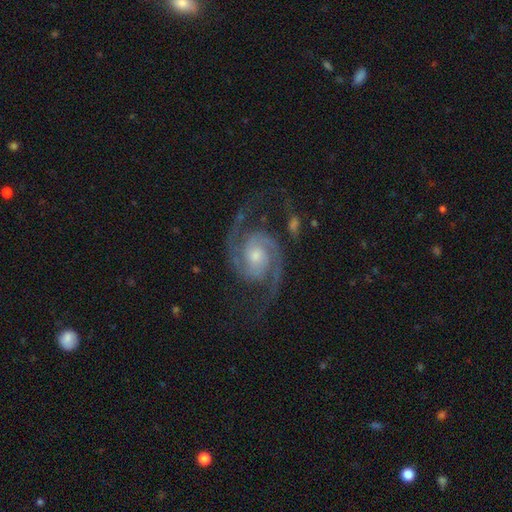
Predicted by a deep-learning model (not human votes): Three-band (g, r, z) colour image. It shows a featured or disk galaxy (93%) with no bar (68%), 2 (94%) medium (57%) spiral arms (99%) and a moderate central bulge (46%). Merging: none (77%).